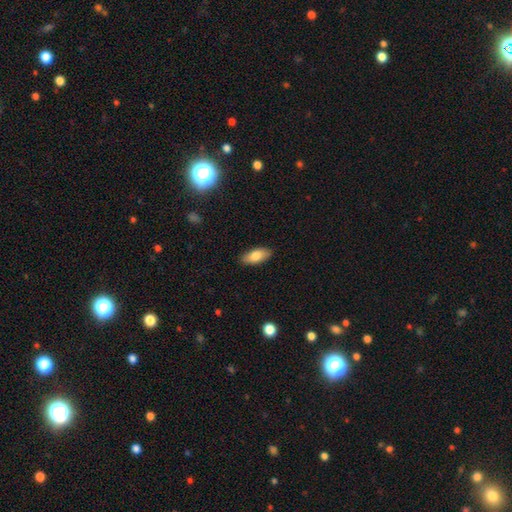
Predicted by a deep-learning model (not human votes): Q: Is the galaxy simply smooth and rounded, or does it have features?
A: smooth — 80%.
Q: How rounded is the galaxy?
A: in between — 84%.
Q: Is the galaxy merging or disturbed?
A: none — 88%.